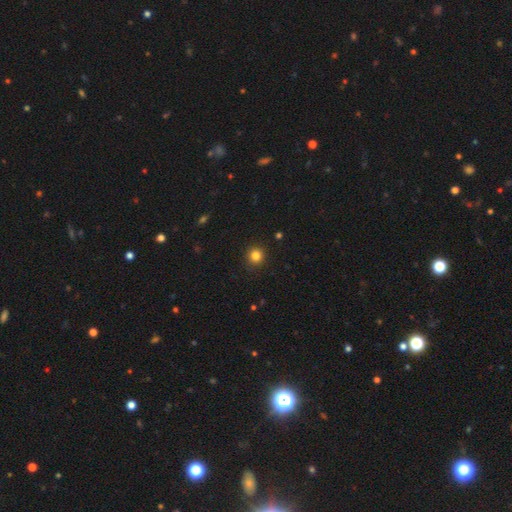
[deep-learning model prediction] Smooth or featured? Predicted: smooth (p=0.83). How rounded? Predicted: round (p=0.94). Merging? Predicted: none (p=0.92).